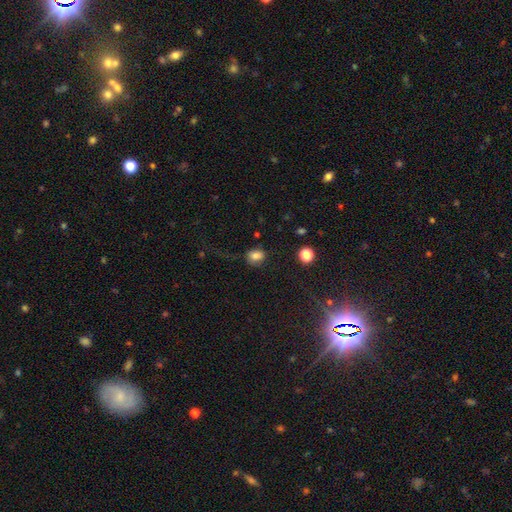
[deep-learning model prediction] A smooth galaxy with no disk features (80%) that is in between round and cigar-shaped (52%).

Vote fractions:
- Smooth or featured? smooth: 80% / star or artifact: 12% / featured or disk: 8%
- How rounded? in between: 52% / round: 47% / cigar-shaped: 1%
- Merging? none: 69% / minor disturbance: 20% / major disturbance: 8% / merger: 3%